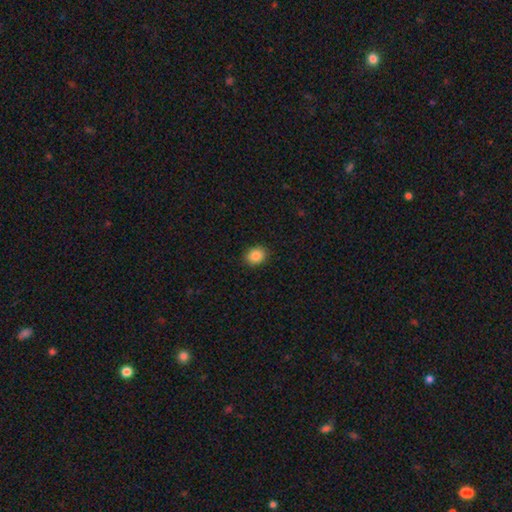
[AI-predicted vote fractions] Q: Smooth or featured?
A: smooth (86%); runner-up: star or artifact (9%)
Q: How rounded?
A: round (57%); runner-up: in between (42%)
Q: Merging?
A: none (90%); runner-up: minor disturbance (7%)